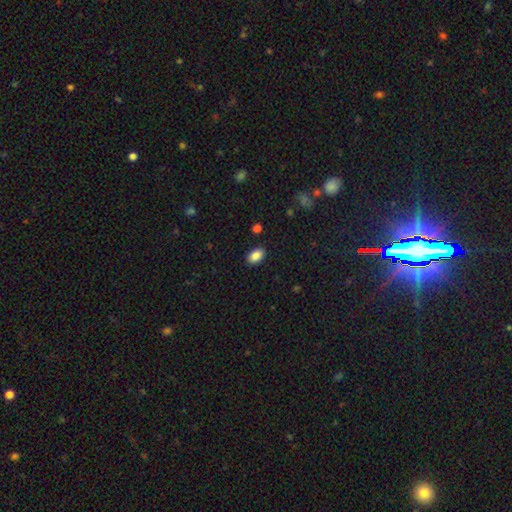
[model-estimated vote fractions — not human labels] The model was most divided on "how rounded": in between: 88%, round: 11%, cigar-shaped: 1%. More confident: merging — none (88%); smooth or featured — smooth (88%).